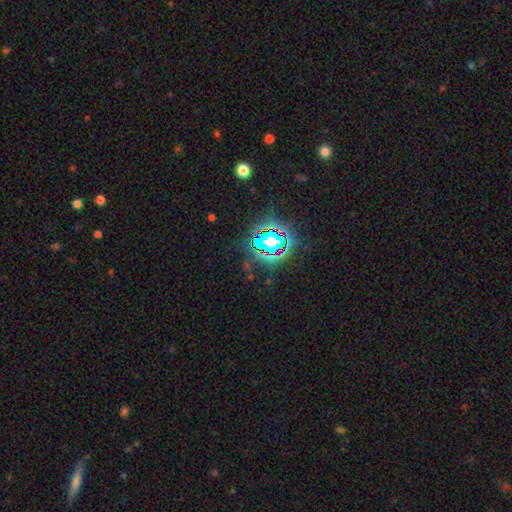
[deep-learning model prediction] This is clearly a star or artifact rather than a galaxy (82%).